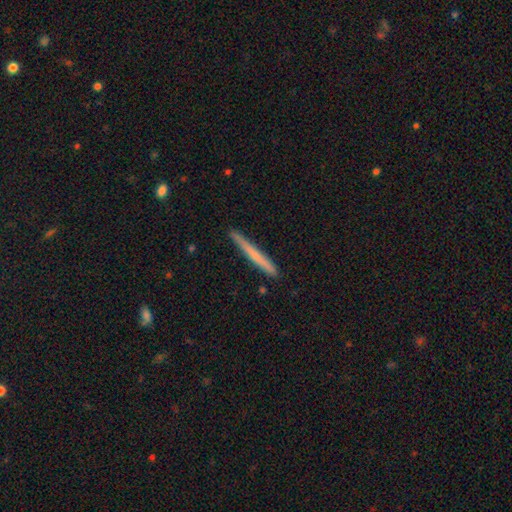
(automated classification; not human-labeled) smooth 59%, featured or disk 36%, star or artifact 6%. Down the decision tree: how rounded — cigar-shaped (97%); merging — none (89%).